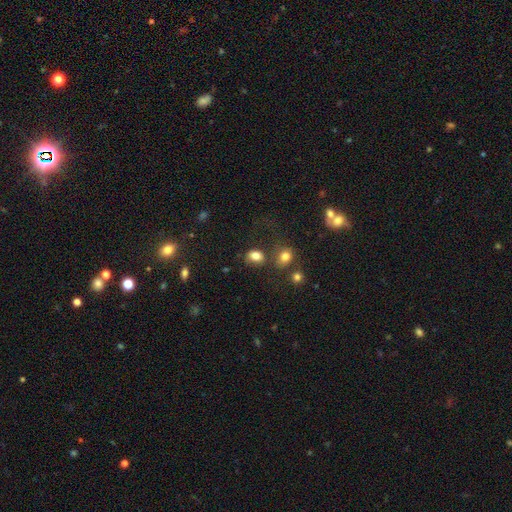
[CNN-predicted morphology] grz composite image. It shows a smooth galaxy with no disk features (81%) that is in between round and cigar-shaped (62%). Merging: none (58%).